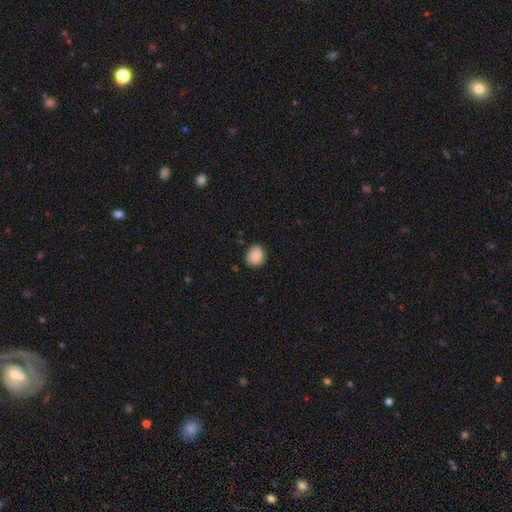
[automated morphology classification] smooth-or-featured: smooth: 71% | featured or disk: 21% | star or artifact: 8%
  how-rounded: round: 71% | in between: 28% | cigar-shaped: 1%
  merging: none: 75% | minor disturbance: 20% | major disturbance: 4% | merger: 1%